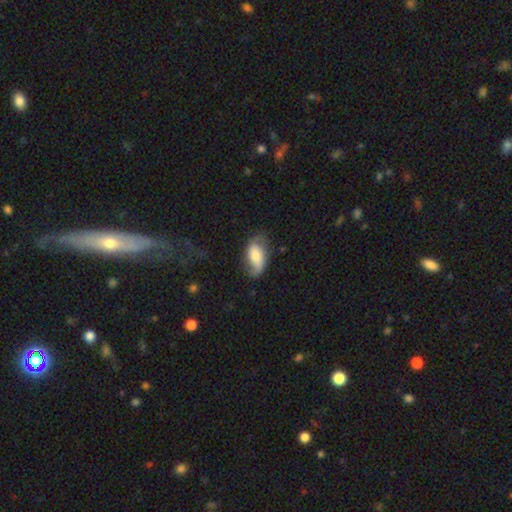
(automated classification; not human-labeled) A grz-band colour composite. It shows a smooth galaxy with no disk features (47%). Merging: none (59%).